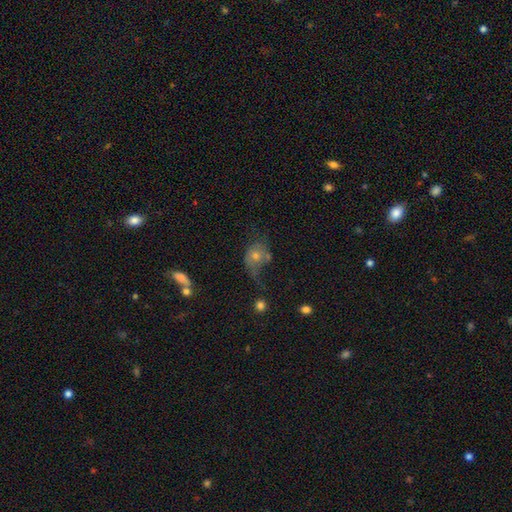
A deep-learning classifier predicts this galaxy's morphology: Smooth or featured: featured or disk — 44% (smooth — 40%)
Merging: major disturbance — 34% (tied with none — 34%)